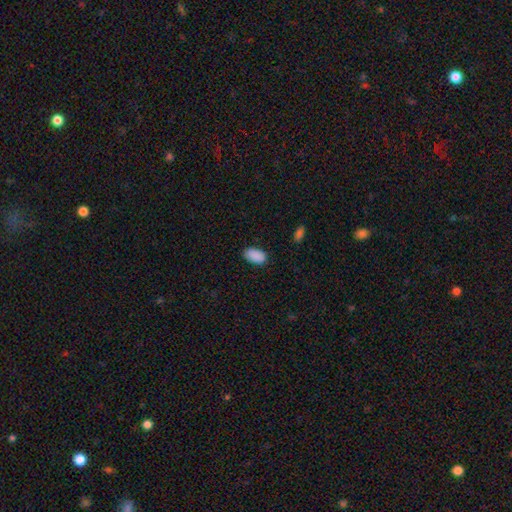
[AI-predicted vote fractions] Smooth or featured: smooth — 90% (star or artifact — 7%)
How rounded: in between — 94% (round — 4%)
Merging: none — 84% (minor disturbance — 12%)